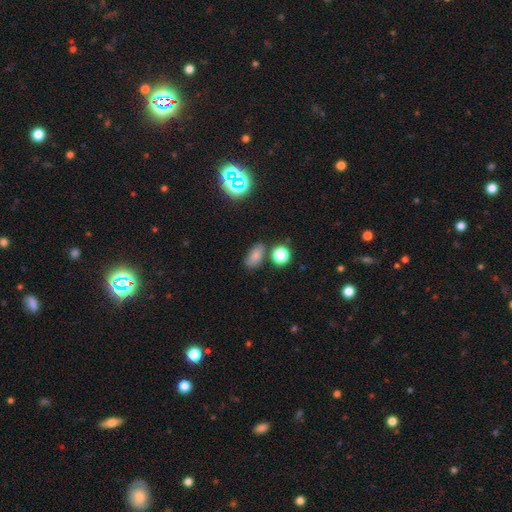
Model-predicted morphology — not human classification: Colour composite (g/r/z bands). It shows a smooth galaxy with no disk features (74%) that is in between round and cigar-shaped (81%). Merging: none (71%).